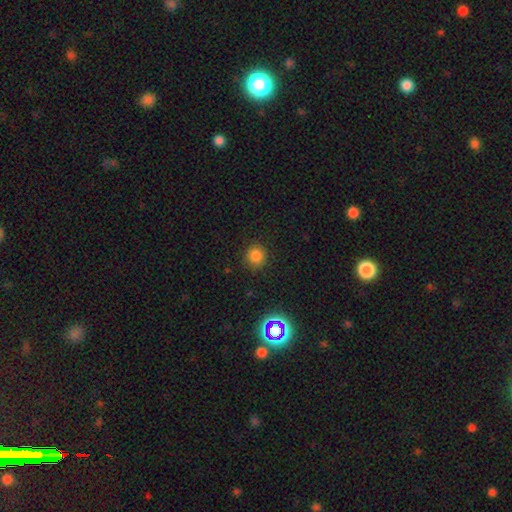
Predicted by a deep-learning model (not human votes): Smooth or featured? smooth (80%)
How rounded? round (91%)
Merging? none (88%)